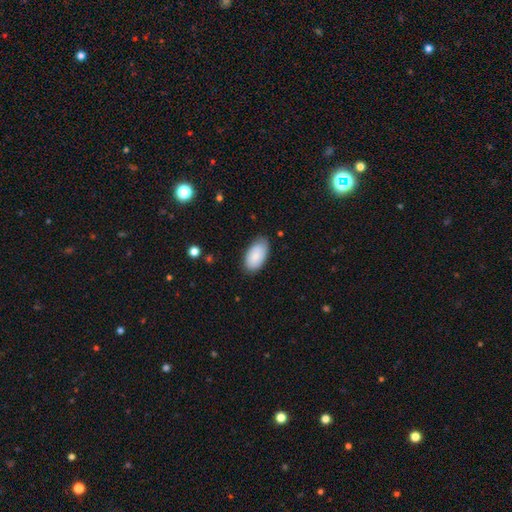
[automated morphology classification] smooth-or-featured: smooth: 85% | featured or disk: 9% | star or artifact: 6%
  how-rounded: in between: 96% | round: 2% | cigar-shaped: 2%
  merging: none: 77% | minor disturbance: 19% | major disturbance: 3% | merger: 1%